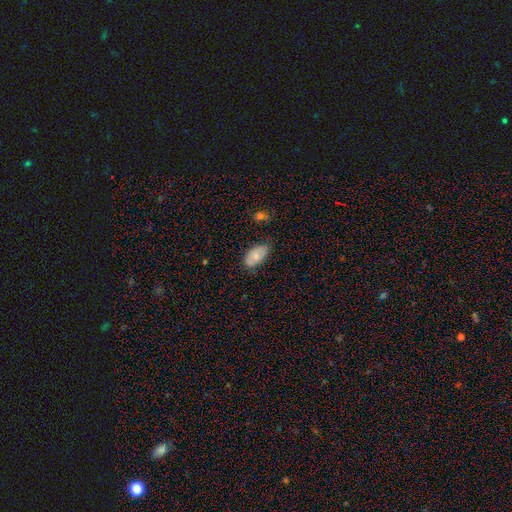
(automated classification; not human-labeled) smooth-or-featured: smooth: 76% | featured or disk: 17% | star or artifact: 7%
  how-rounded: in between: 94% | round: 3% | cigar-shaped: 2%
  merging: none: 72% | minor disturbance: 23% | major disturbance: 4% | merger: 2%